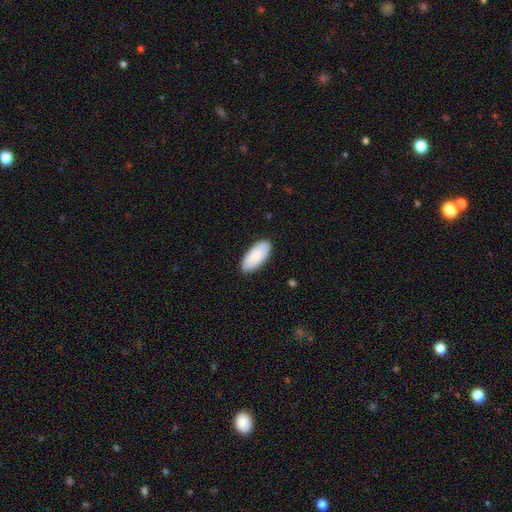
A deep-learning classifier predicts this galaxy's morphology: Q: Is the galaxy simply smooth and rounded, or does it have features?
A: smooth — 86%.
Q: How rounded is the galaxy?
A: in between — 92%.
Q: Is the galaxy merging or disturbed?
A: none — 87%.